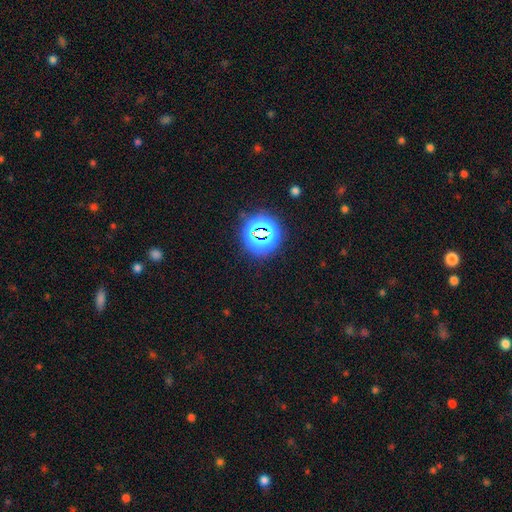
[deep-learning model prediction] Morphology: type=star or artifact (81%).